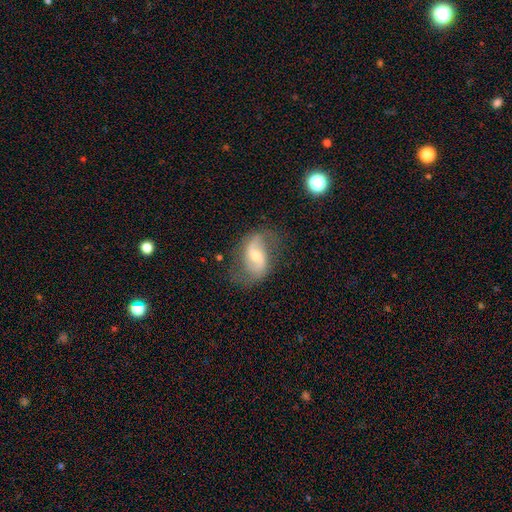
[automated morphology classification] featured or disk 80%, smooth 13%, star or artifact 7%. Down the decision tree: edge-on disk — no (97%); bar — weak (43%); spiral arms — yes (93%); spiral arm count — 2 (89%); spiral winding — loose (62%); bulge size — moderate (58%); merging — none (68%).